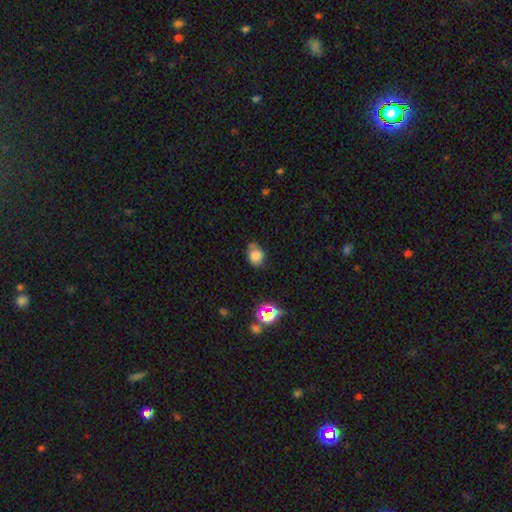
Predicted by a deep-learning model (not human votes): This appears to be a smooth galaxy with no disk features (77%) that is in between round and cigar-shaped (51%). Merging: none (54%).